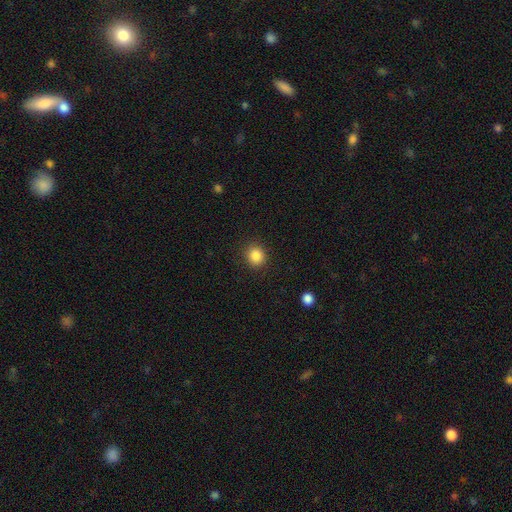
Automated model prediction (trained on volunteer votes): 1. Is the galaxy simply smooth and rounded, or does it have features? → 86% smooth, 10% star or artifact, 4% featured or disk.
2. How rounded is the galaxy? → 83% round, 17% in between, 1% cigar-shaped.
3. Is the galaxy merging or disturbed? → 90% none, 7% minor disturbance, 2% major disturbance, 1% merger.